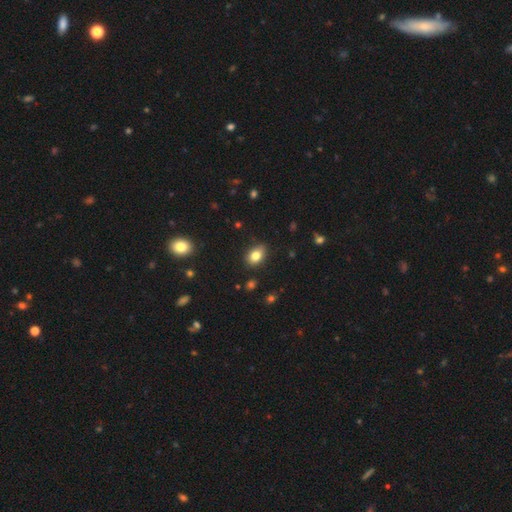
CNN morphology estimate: type=smooth (80%); roundness=in between (78%); merging=none (80%).